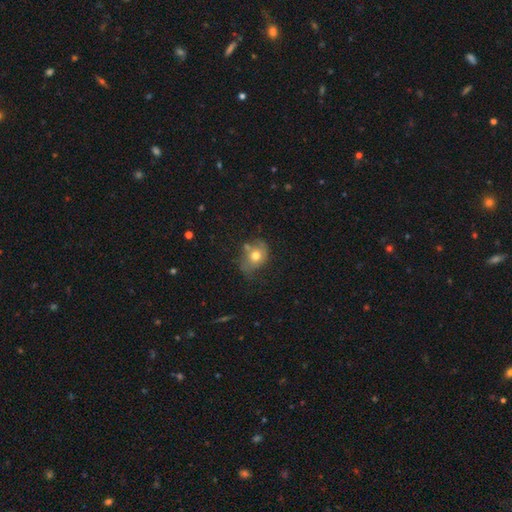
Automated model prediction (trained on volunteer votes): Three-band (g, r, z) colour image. It shows a smooth galaxy with no disk features (65%) that is in between round and cigar-shaped (56%). Merging: none (47%).